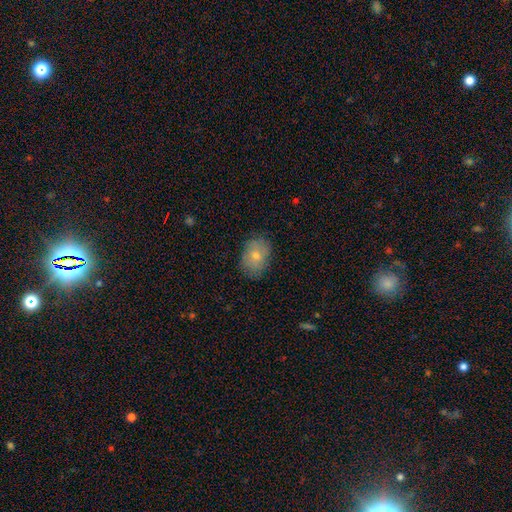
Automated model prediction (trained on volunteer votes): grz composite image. It shows a smooth galaxy with no disk features (75%) that is in between round and cigar-shaped (74%). Merging: none (79%).